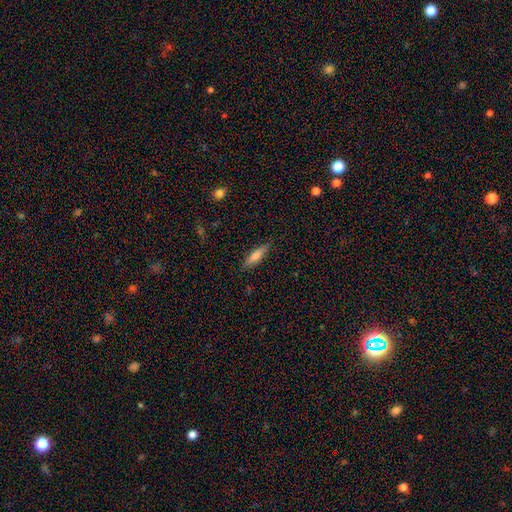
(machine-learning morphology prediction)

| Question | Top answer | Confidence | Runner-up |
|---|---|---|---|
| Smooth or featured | smooth | 65% | featured or disk (29%) |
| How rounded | cigar-shaped | 72% | in between (26%) |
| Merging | none | 87% | minor disturbance (10%) |